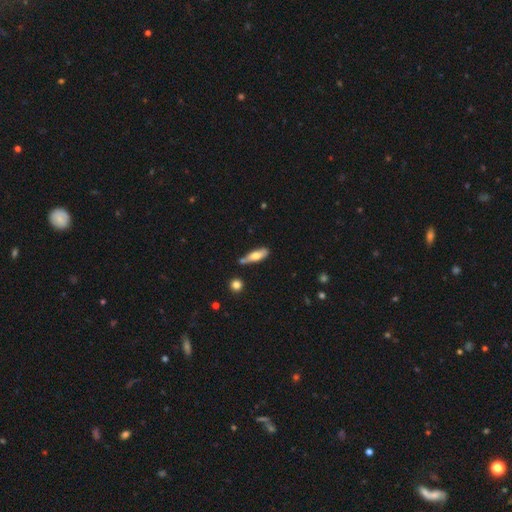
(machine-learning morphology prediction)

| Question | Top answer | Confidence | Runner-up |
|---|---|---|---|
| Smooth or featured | smooth | 61% | featured or disk (33%) |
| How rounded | cigar-shaped | 57% | in between (40%) |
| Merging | none | 67% | minor disturbance (19%) |